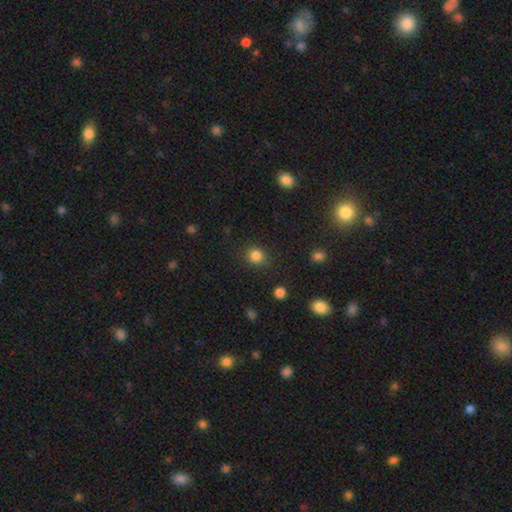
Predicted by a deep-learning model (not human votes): A smooth galaxy with no disk features (84%) that is round (80%). Merging: none (82%).